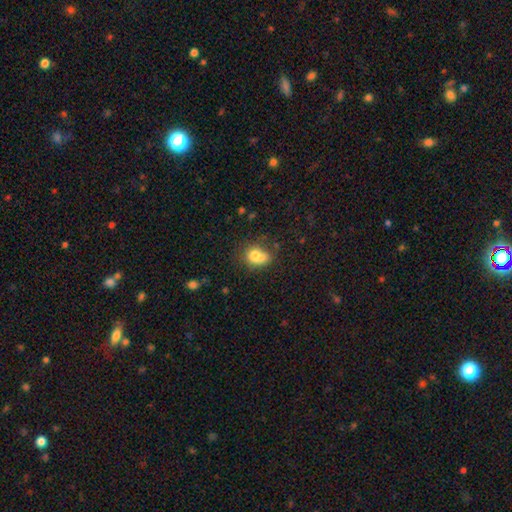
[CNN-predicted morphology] smooth 72%, featured or disk 16%, star or artifact 11%. Down the decision tree: how rounded — round (51%); merging — merger (37%).